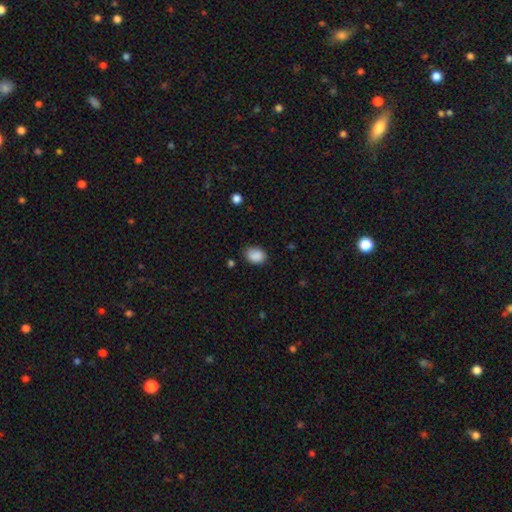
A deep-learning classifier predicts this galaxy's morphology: smooth 89%, star or artifact 8%, featured or disk 4%. Down the decision tree: how rounded — in between (69%); merging — none (77%).